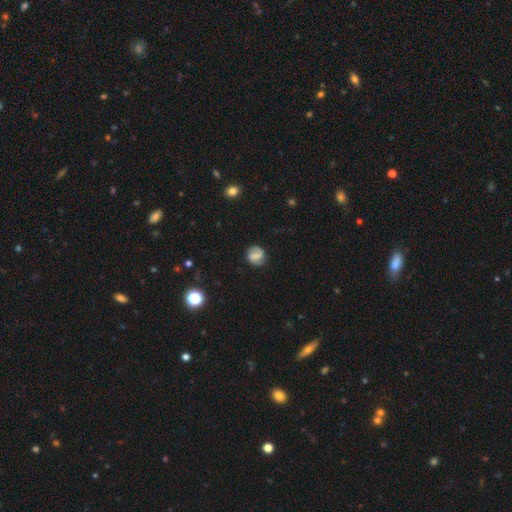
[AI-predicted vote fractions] Morphology: type=featured or disk (57%); edge-on=no (98%); bar=weak (45%); spiral arms=yes (89%); bulge=none (44%); merging=none (81%).